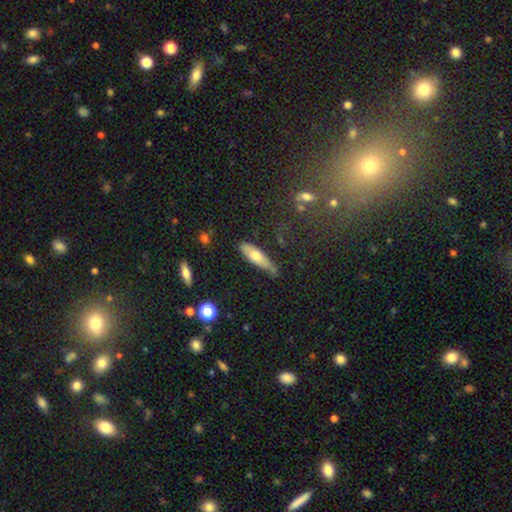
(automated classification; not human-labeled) This is likely a smooth galaxy (65%). How rounded: possibly cigar-shaped (52%). Merging: likely none (62%).